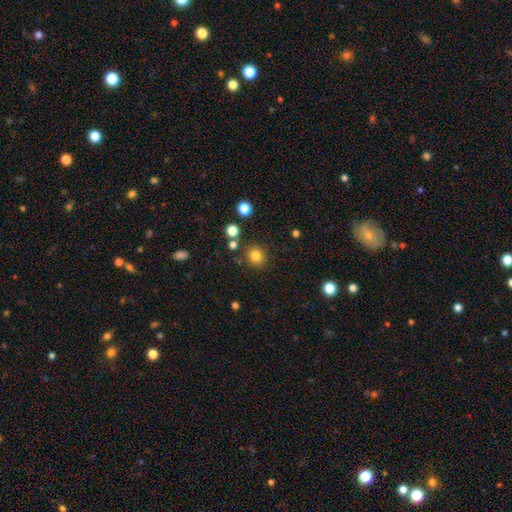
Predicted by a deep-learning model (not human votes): Overall: smooth (81%). How rounded: round (91%). Merging: none (86%).